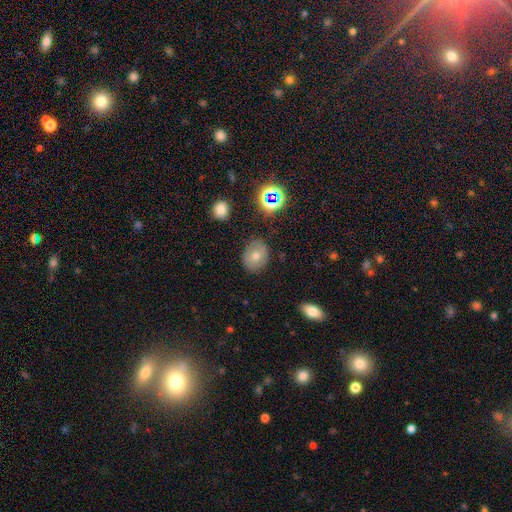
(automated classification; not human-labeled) Smooth or featured: smooth — 64% (featured or disk — 22%)
How rounded: round — 53% (in between — 46%)
Merging: none — 79% (minor disturbance — 15%)